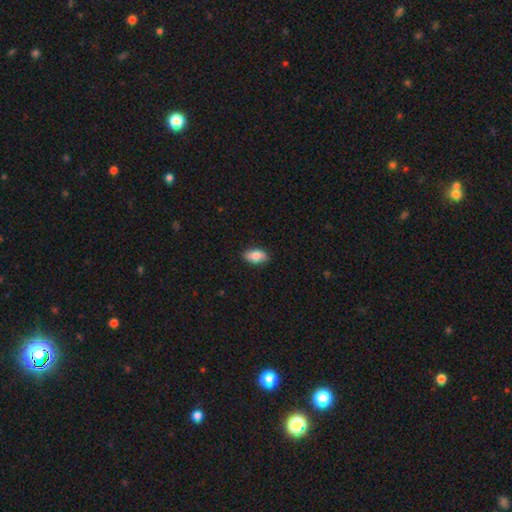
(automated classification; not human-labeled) A smooth galaxy with no disk features (81%) that is in between round and cigar-shaped (92%).

Vote fractions:
- Smooth or featured? smooth: 81% / featured or disk: 11% / star or artifact: 7%
- How rounded? in between: 92% / round: 5% / cigar-shaped: 3%
- Merging? none: 86% / minor disturbance: 11% / major disturbance: 2% / merger: 1%